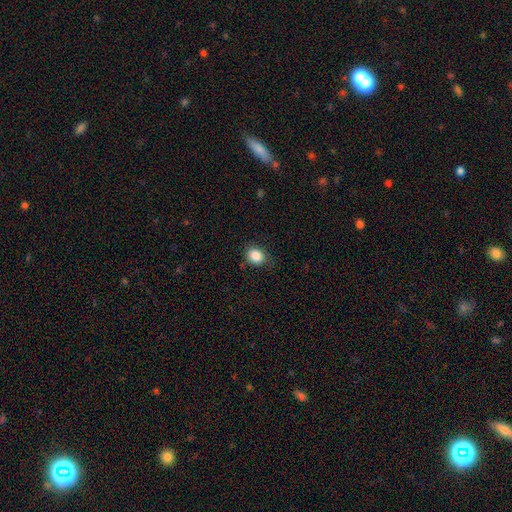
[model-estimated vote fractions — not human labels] Q: Smooth or featured?
A: smooth (86%); runner-up: star or artifact (10%)
Q: How rounded?
A: round (58%); runner-up: in between (41%)
Q: Merging?
A: none (79%); runner-up: minor disturbance (16%)